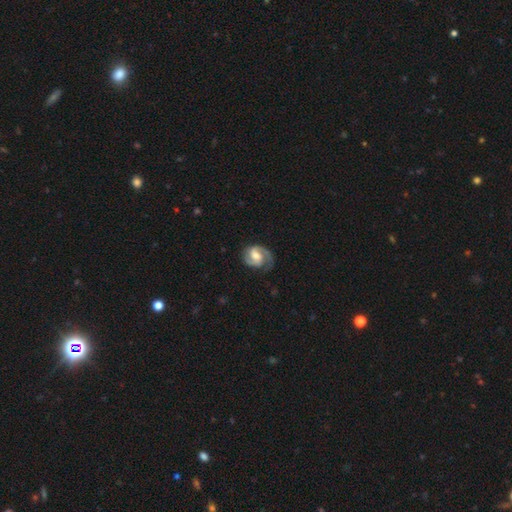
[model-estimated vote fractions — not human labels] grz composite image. It shows a featured or disk galaxy (83%) with a weak bar (51%), 2 (84%) medium (49%) spiral arms (96%) and a moderate central bulge (53%). Merging: none (70%).